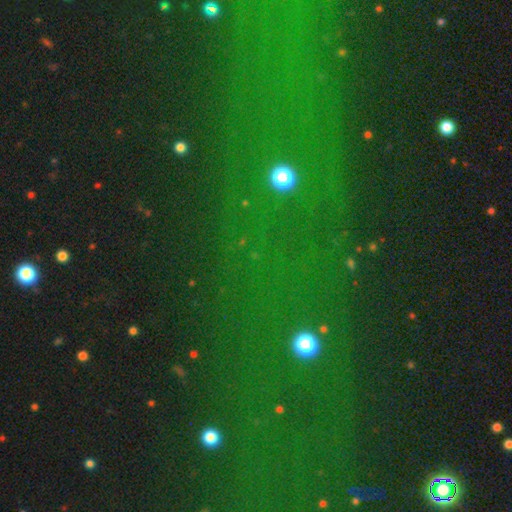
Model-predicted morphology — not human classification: A star or artifact, not a galaxy (73%).